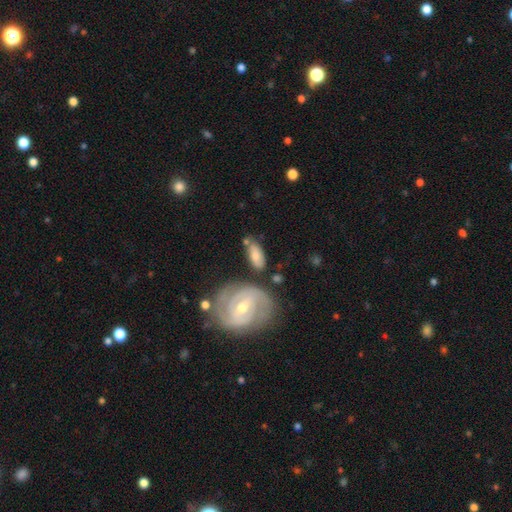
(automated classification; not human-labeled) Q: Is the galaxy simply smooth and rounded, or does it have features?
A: smooth — 58%.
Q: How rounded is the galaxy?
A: in between — 84%.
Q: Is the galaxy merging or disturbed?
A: none — 64%.